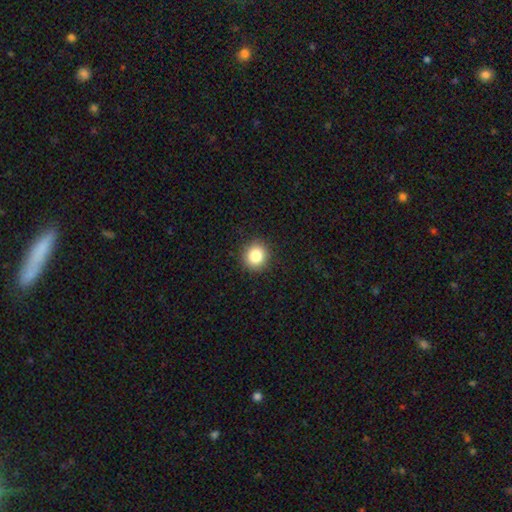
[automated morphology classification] Smooth or featured: smooth — 83% (star or artifact — 11%)
How rounded: round — 88% (in between — 11%)
Merging: none — 91% (minor disturbance — 6%)